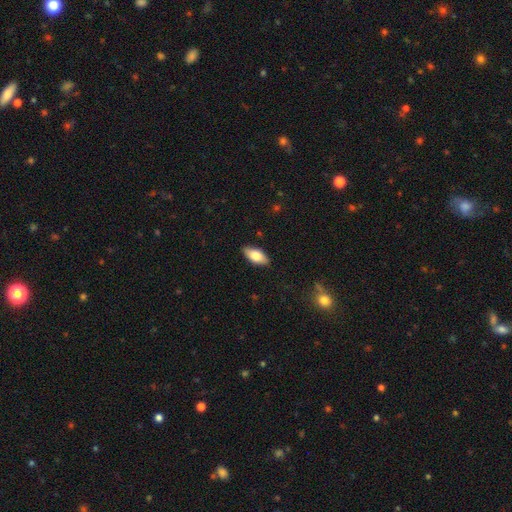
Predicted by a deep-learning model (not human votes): smooth 77%, featured or disk 17%, star or artifact 6%. Down the decision tree: how rounded — in between (90%); merging — none (88%).